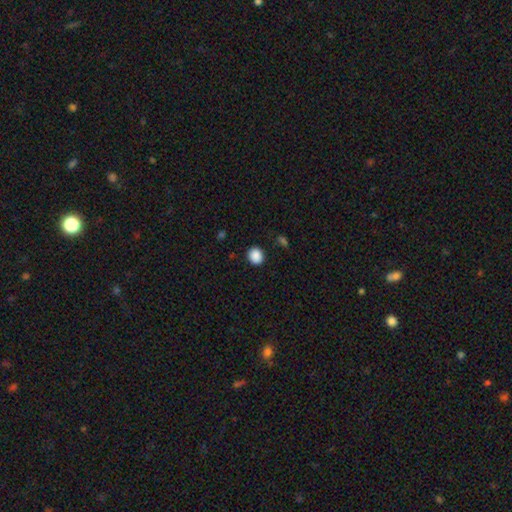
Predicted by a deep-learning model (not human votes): This appears to be a smooth galaxy with no disk features (89%) that is round (74%). Merging: none (90%).